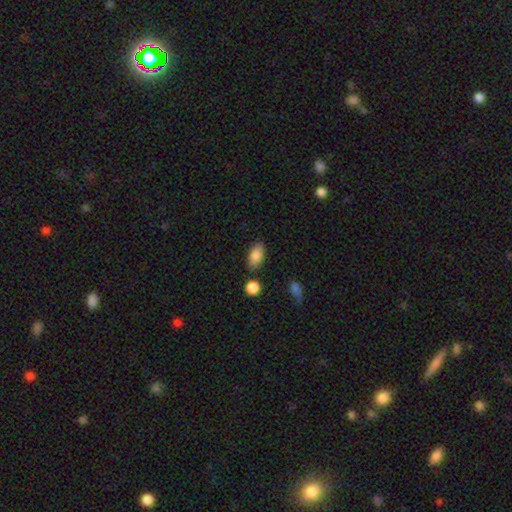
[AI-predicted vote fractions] The model was most divided on "merging": none: 79%, minor disturbance: 12%, merger: 5%, major disturbance: 3%. More confident: how rounded — in between (91%); smooth or featured — smooth (86%).